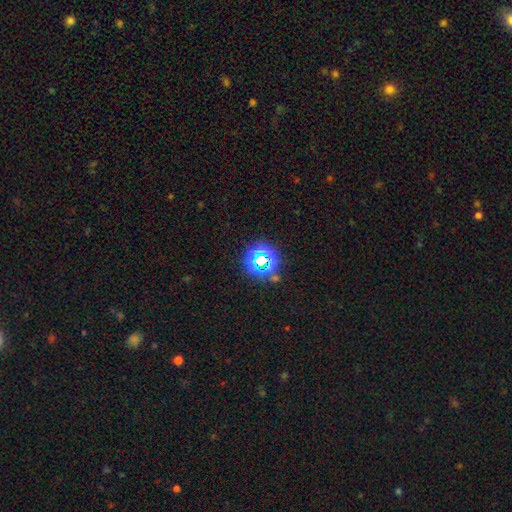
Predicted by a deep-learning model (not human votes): A star or artifact, not a galaxy (68%).

Vote fractions:
- Smooth or featured? star or artifact: 68% / smooth: 21% / featured or disk: 11%